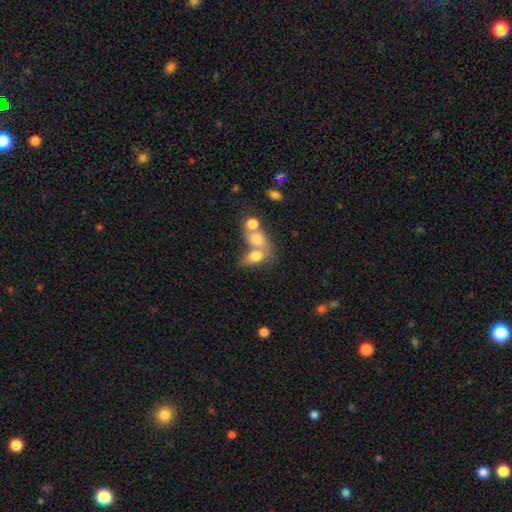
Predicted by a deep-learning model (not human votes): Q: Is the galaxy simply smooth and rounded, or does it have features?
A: smooth — 71%.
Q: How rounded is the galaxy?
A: in between — 73%.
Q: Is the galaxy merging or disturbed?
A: merger — 63%.